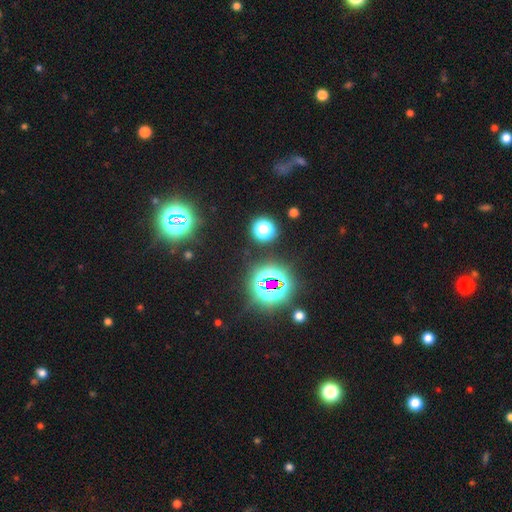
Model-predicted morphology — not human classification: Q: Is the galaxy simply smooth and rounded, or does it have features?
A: star or artifact — 83%.